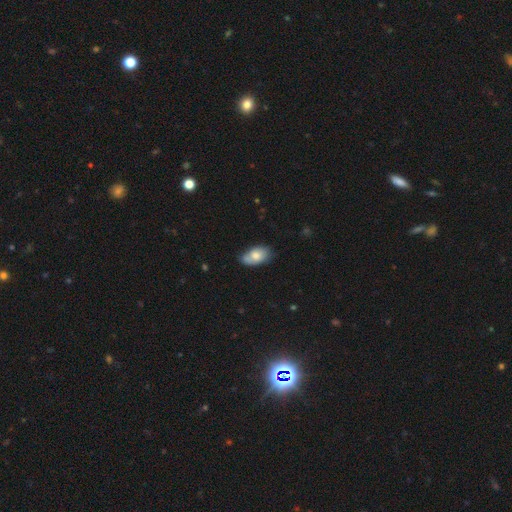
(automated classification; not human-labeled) Smooth or featured? smooth (71%)
How rounded? in between (93%)
Merging? none (66%)